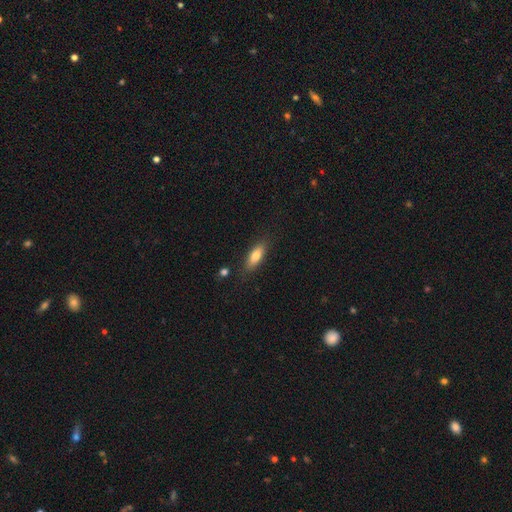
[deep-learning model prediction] Smooth or featured?
  - smooth: 76% *
  - featured or disk: 17%
  - star or artifact: 7%
How rounded?
  - in between: 63% *
  - cigar-shaped: 34%
  - round: 3%
Merging?
  - none: 82% *
  - minor disturbance: 12%
  - major disturbance: 3%
  - merger: 2%